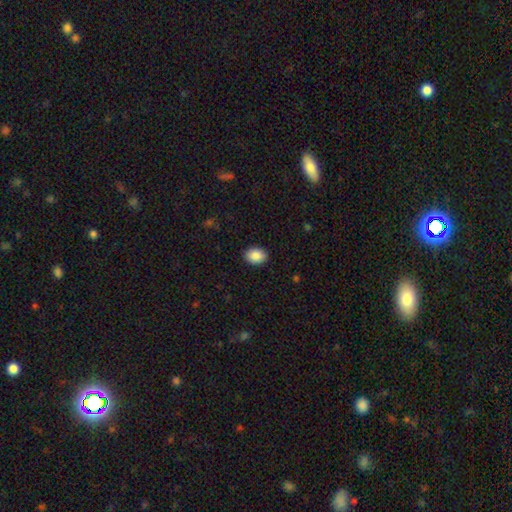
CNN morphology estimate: Overall: smooth (89%). How rounded: in between (67%; round 32%). Merging: none (90%).